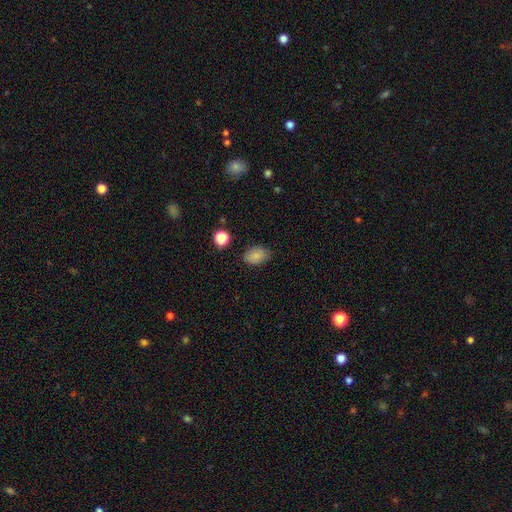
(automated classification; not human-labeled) smooth-or-featured: smooth: 84% | star or artifact: 10% | featured or disk: 6%
  how-rounded: in between: 82% | round: 17% | cigar-shaped: 1%
  merging: none: 82% | minor disturbance: 13% | major disturbance: 3% | merger: 2%